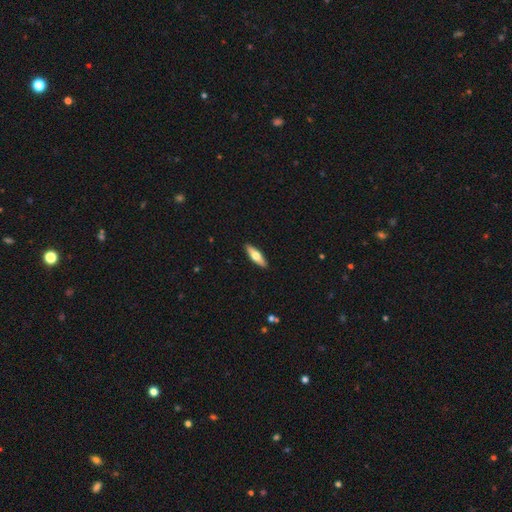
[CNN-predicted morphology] This appears to be a smooth galaxy with no disk features (53%) that is cigar-shaped (57%). Merging: none (91%).